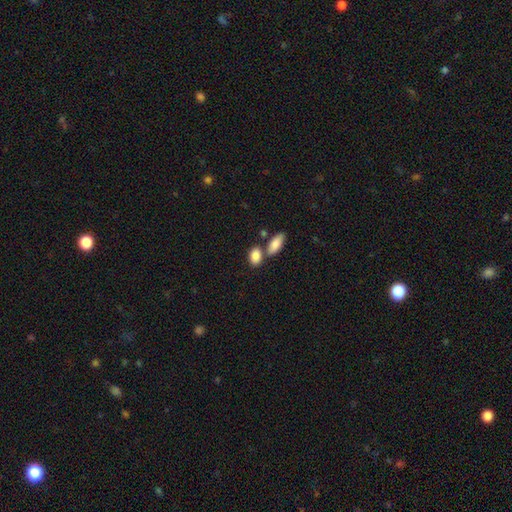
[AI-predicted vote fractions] Smooth or featured? Predicted: smooth (p=0.87). How rounded? Predicted: in between (p=0.86). Merging? Predicted: none (p=0.54).